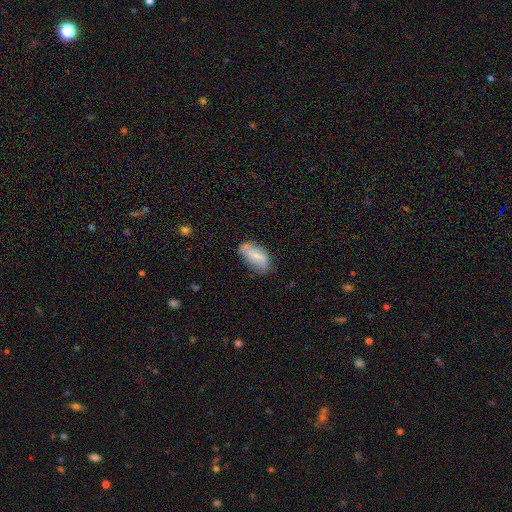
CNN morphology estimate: Smooth or featured? Predicted: smooth (p=0.58). How rounded? Predicted: in between (p=0.91). Merging? Predicted: none (p=0.60).